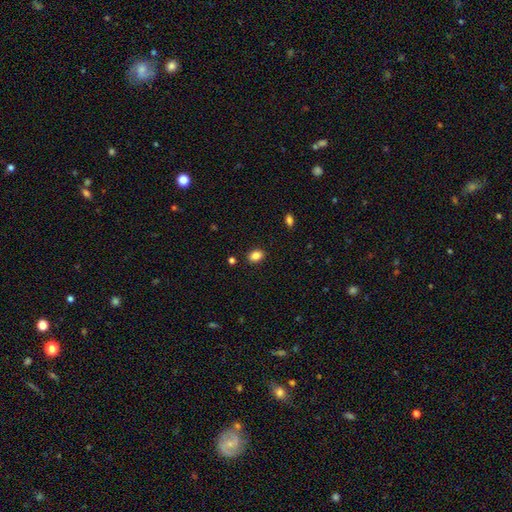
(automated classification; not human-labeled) Smooth or featured: smooth — 85% (star or artifact — 10%)
How rounded: in between — 66% (round — 33%)
Merging: none — 87% (minor disturbance — 9%)